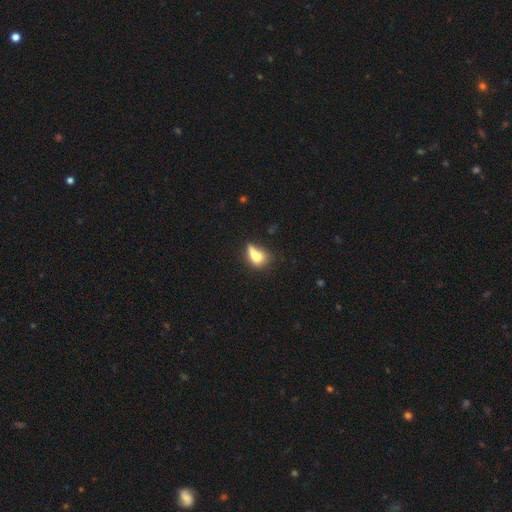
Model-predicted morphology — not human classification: Smooth or featured: smooth — 67% (featured or disk — 22%)
How rounded: in between — 65% (round — 23%)
Merging: none — 33% (merger — 25%)